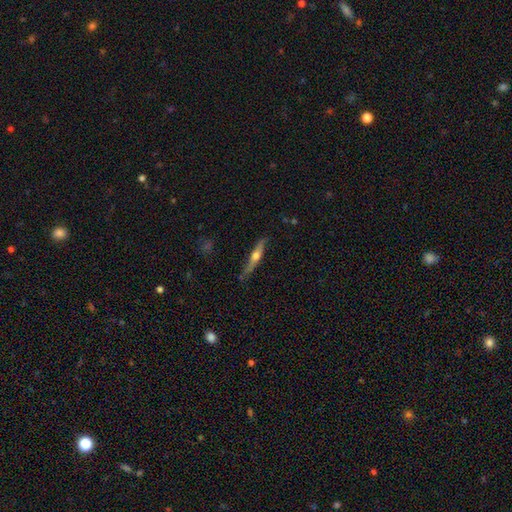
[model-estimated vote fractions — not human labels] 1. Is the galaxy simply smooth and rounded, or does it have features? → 60% featured or disk, 34% smooth, 6% star or artifact.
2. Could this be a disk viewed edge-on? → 95% yes, 5% no.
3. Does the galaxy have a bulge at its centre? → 91% rounded, 5% none, 4% boxy.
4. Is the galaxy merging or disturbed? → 77% none, 18% minor disturbance, 3% major disturbance, 2% merger.